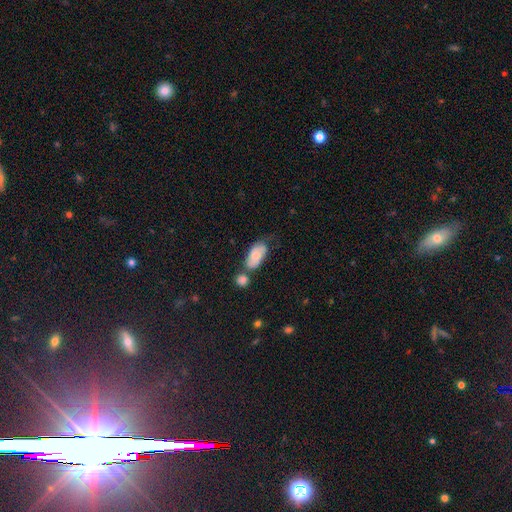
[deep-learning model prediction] smooth 66%, featured or disk 28%, star or artifact 7%. Down the decision tree: how rounded — in between (90%); merging — none (42%).